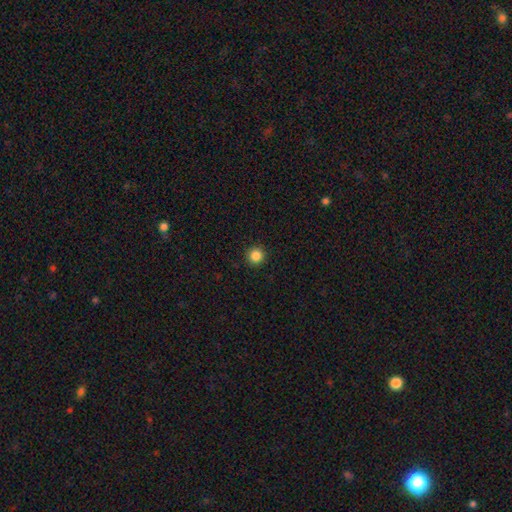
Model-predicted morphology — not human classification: Smooth or featured? smooth (85%)
How rounded? round (96%)
Merging? none (93%)